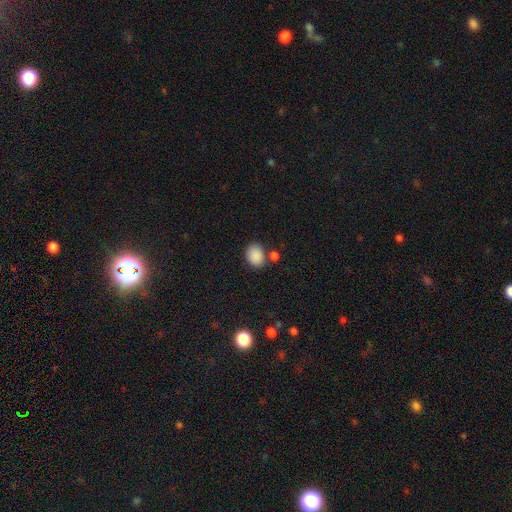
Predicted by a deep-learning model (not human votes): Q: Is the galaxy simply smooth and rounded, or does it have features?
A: smooth — 87%.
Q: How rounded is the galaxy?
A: in between — 53%.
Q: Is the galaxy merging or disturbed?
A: none — 69%.